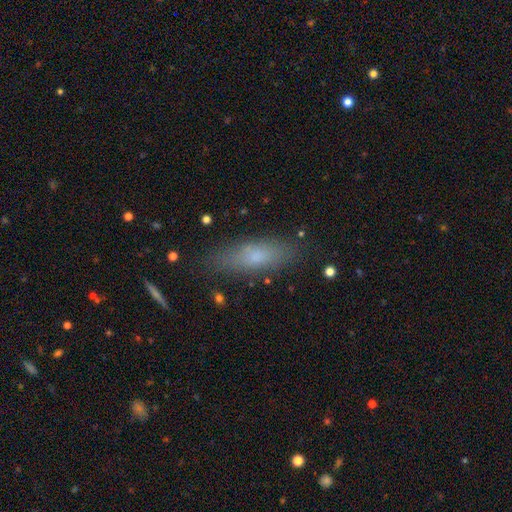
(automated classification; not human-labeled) A smooth galaxy with no disk features (69%) that is cigar-shaped (49%).

Vote fractions:
- Smooth or featured? smooth: 69% / featured or disk: 22% / star or artifact: 9%
- How rounded? cigar-shaped: 49% / in between: 48% / round: 3%
- Merging? none: 82% / minor disturbance: 13% / major disturbance: 3% / merger: 2%